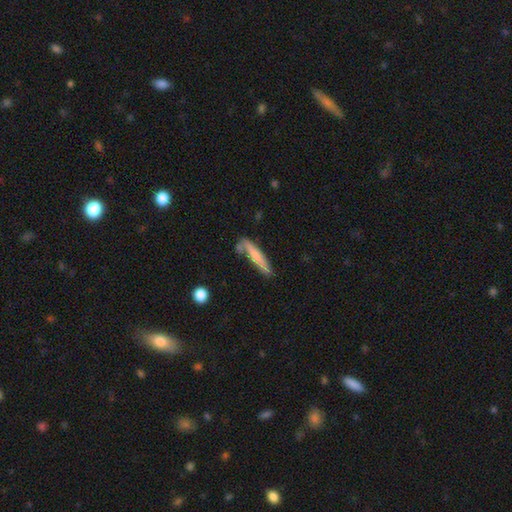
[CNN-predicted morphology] Overall: smooth (64%; featured or disk 30%). How rounded: cigar-shaped (89%). Merging: none (67%).